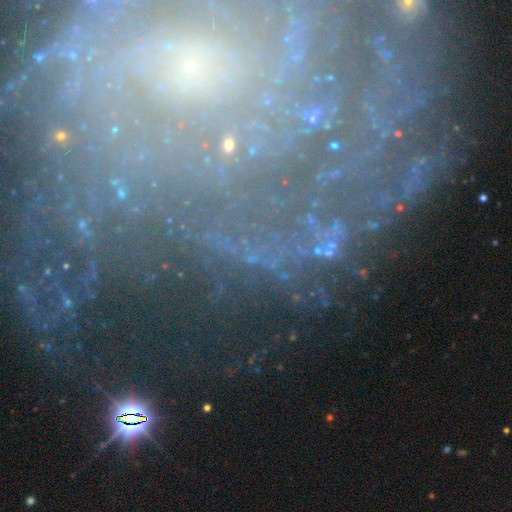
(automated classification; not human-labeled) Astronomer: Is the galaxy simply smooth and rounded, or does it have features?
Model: star or artifact — 63%.